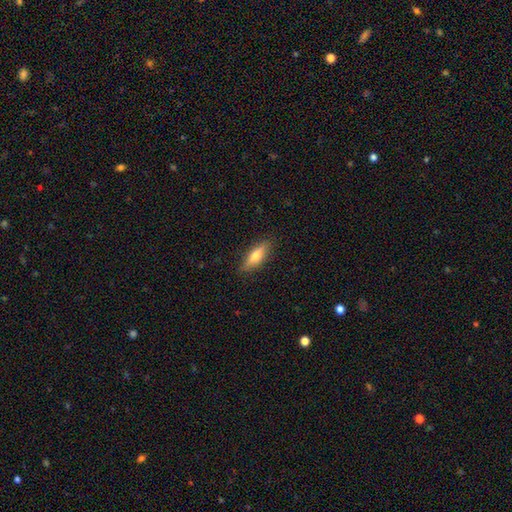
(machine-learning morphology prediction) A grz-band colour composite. It shows a smooth galaxy with no disk features (65%) that is cigar-shaped (50%). Merging: none (87%).